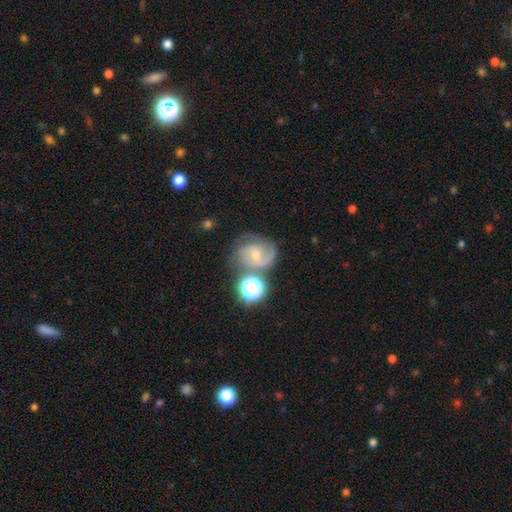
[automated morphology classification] smooth-or-featured: featured or disk: 67% | smooth: 21% | star or artifact: 12%
  disk-edge-on: no: 97% | yes: 3%
    bar: no: 46% | weak: 44% | strong: 10%
    has-spiral-arms: yes: 92% | no: 8%
      spiral-winding: medium: 50% | tight: 30% | loose: 20%
      spiral-arm-count: 2: 63% | can't tell: 14% | 1: 11% | 3: 8% | 4: 2% | more than 4: 2%
    bulge-size: small: 52% | moderate: 41% | none: 4% | large: 3% | dominant: 1%
  merging: none: 53% | minor disturbance: 21% | merger: 15% | major disturbance: 12%